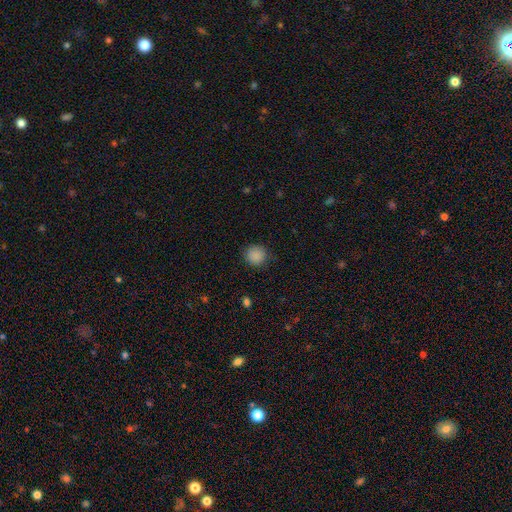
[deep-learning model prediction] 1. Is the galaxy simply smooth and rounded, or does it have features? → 87% smooth, 10% star or artifact, 3% featured or disk.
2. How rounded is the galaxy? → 91% round, 8% in between, 1% cigar-shaped.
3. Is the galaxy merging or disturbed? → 86% none, 10% minor disturbance, 3% major disturbance, 1% merger.